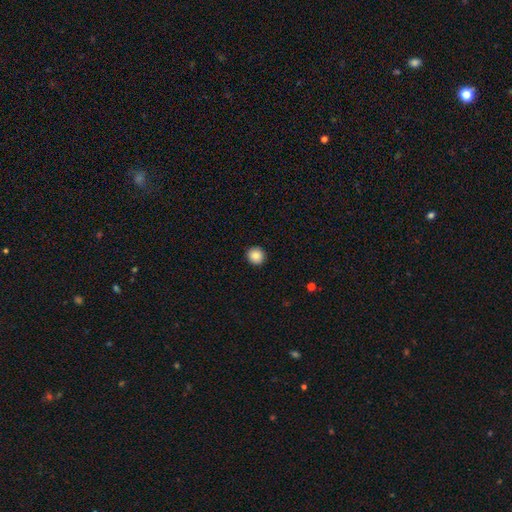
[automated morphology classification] smooth_or_featured: smooth (p=0.87) [alt: star or artifact p=0.09]
how_rounded: round (p=0.93) [alt: in between p=0.06]
merging: none (p=0.93) [alt: minor disturbance p=0.05]